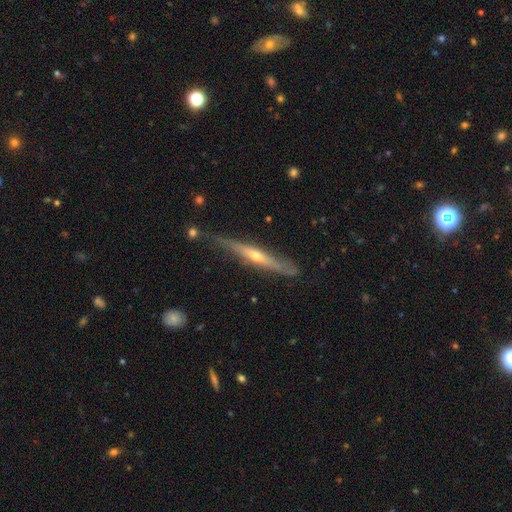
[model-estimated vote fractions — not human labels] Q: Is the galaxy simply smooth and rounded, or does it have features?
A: featured or disk — 70%.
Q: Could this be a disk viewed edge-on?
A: yes — 92%.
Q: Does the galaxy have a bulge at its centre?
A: rounded — 77%.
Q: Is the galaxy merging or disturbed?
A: none — 74%.